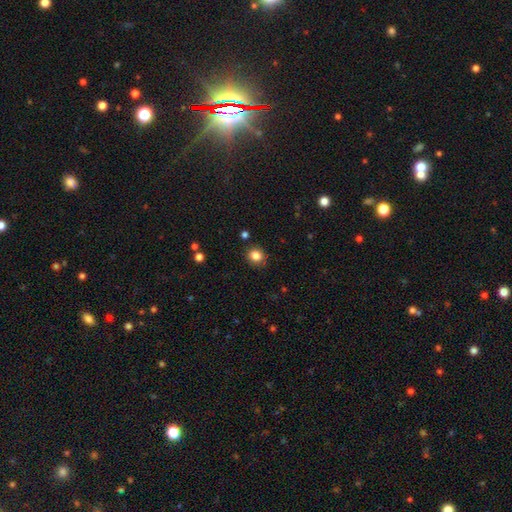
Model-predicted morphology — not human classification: Smooth or featured? Predicted: smooth (p=0.84). How rounded? Predicted: round (p=0.79). Merging? Predicted: none (p=0.87).